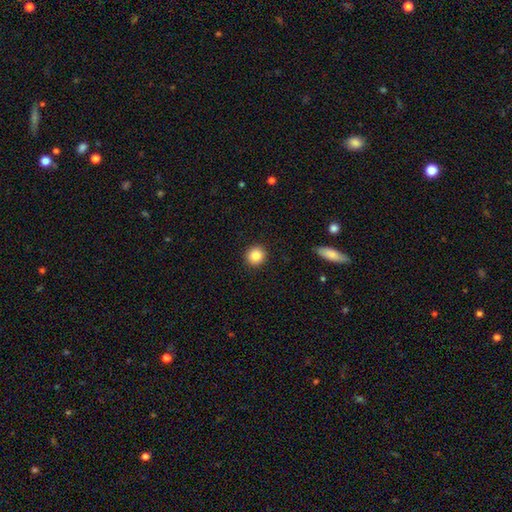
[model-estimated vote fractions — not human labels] Morphology: type=smooth (87%); roundness=round (91%); merging=none (92%).